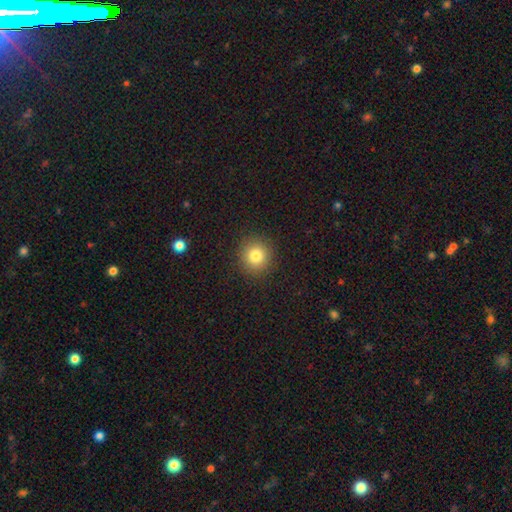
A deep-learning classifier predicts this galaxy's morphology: This is clearly a smooth galaxy (82%). How rounded: clearly round (91%). Merging: clearly none (90%).